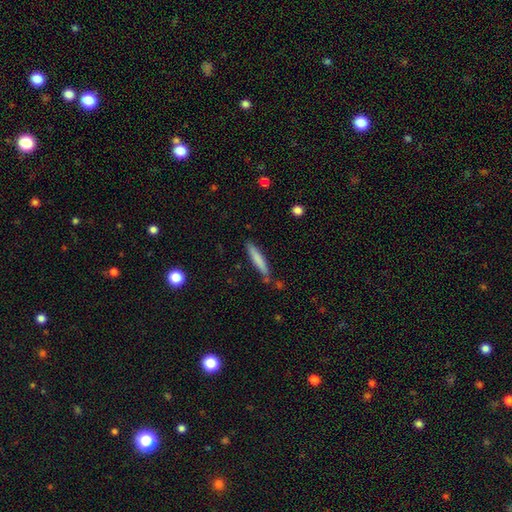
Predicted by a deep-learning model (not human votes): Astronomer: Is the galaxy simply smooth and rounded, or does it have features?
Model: smooth — 74%.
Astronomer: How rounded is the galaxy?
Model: cigar-shaped — 93%.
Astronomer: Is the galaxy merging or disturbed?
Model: none — 82%.